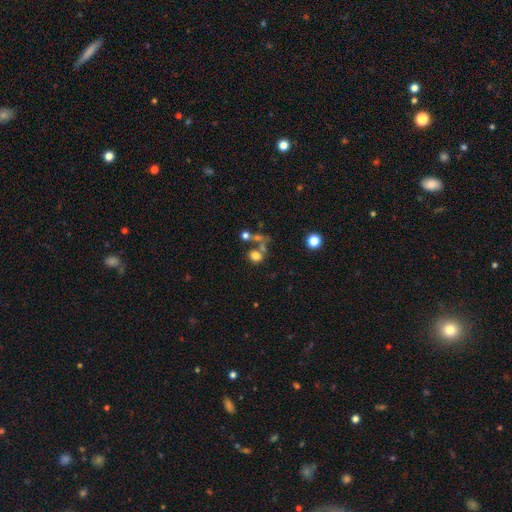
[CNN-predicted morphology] A smooth galaxy with no disk features (71%) that is round (61%). Merging: none (45%).